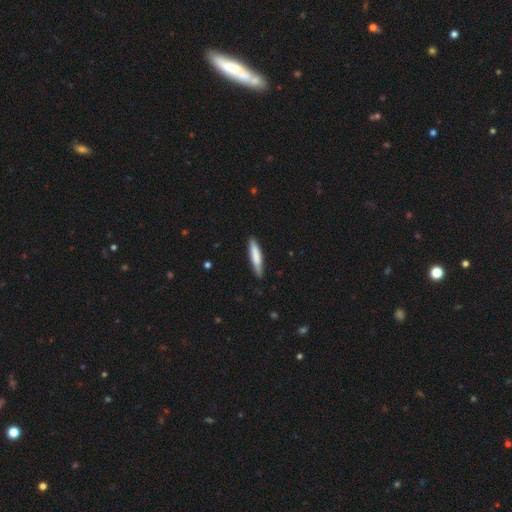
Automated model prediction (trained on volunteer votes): smooth 77%, featured or disk 18%, star or artifact 5%. Down the decision tree: how rounded — cigar-shaped (87%); merging — none (86%).